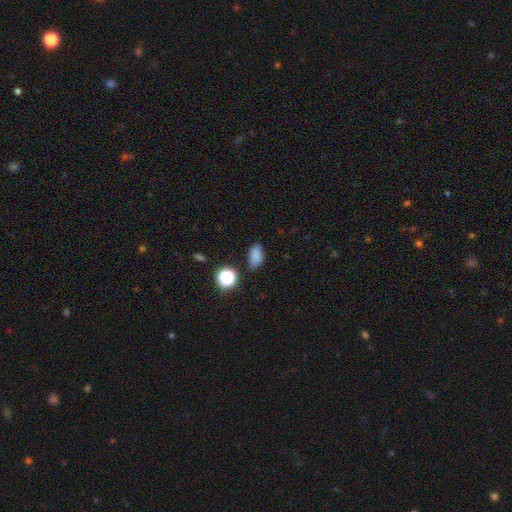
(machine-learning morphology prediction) Smooth or featured? smooth (81%)
How rounded? in between (87%)
Merging? none (80%)